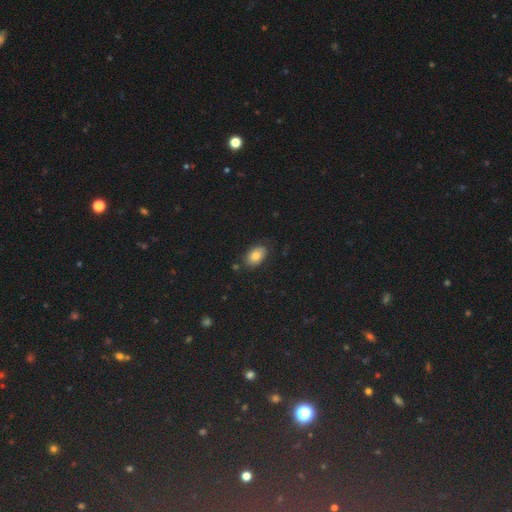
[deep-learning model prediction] This is likely a smooth galaxy (80%). How rounded: clearly in between (88%). Merging: clearly none (81%).